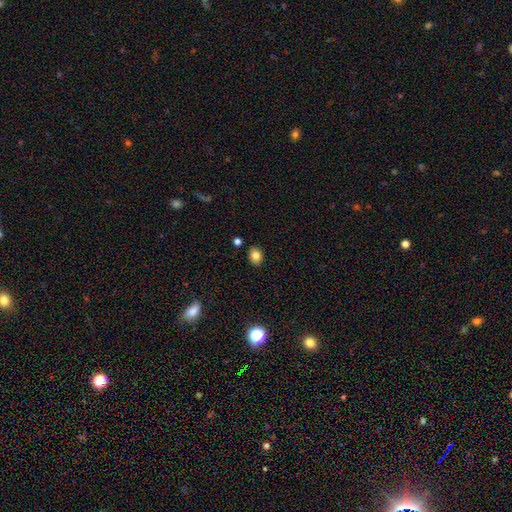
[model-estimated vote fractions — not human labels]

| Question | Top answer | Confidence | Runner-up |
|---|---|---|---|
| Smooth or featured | smooth | 82% | star or artifact (10%) |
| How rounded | in between | 61% | round (38%) |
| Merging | none | 86% | minor disturbance (9%) |